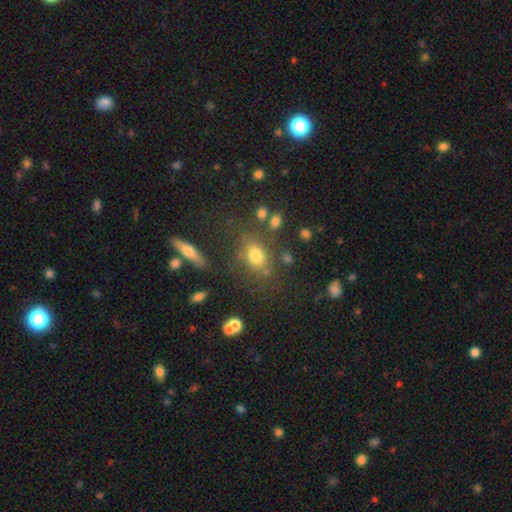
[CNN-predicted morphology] smooth 69%, featured or disk 16%, star or artifact 15%. Down the decision tree: how rounded — in between (64%); merging — none (71%).